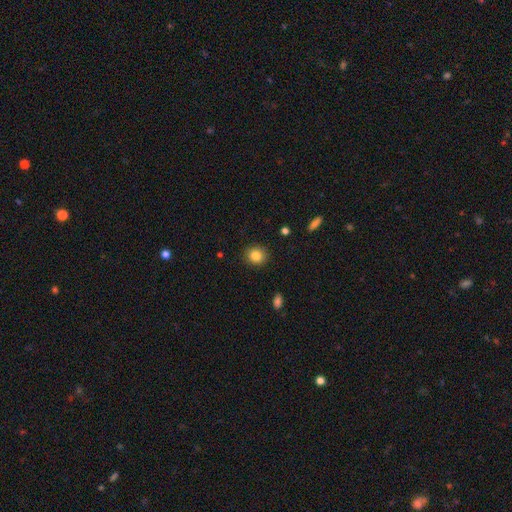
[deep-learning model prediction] This is clearly a smooth galaxy (84%). How rounded: likely round (79%). Merging: clearly none (90%).